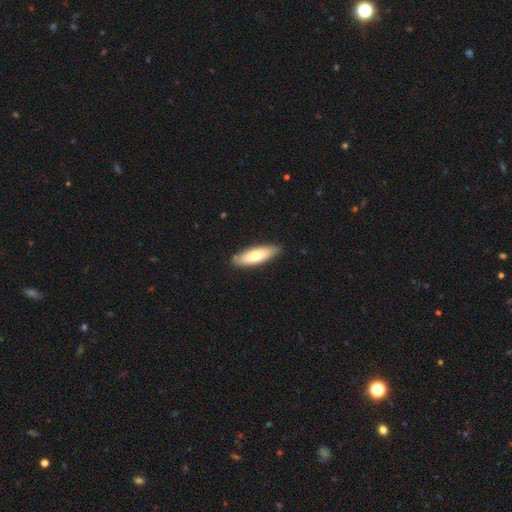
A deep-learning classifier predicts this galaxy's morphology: Smooth or featured?
  - smooth: 72% *
  - featured or disk: 23%
  - star or artifact: 5%
How rounded?
  - in between: 49% * (tied)
  - cigar-shaped: 49% * (tied)
  - round: 2%
Merging?
  - none: 87% *
  - minor disturbance: 10%
  - major disturbance: 2%
  - merger: 1%